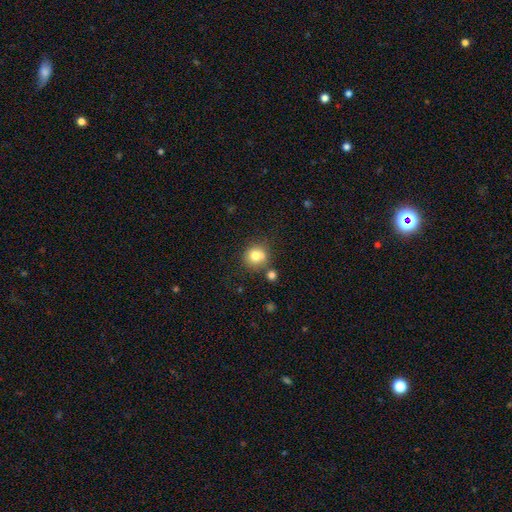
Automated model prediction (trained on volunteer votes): smooth_or_featured: smooth (p=0.78) [alt: star or artifact p=0.11]
how_rounded: round (p=0.86) [alt: in between p=0.13]
merging: none (p=0.68) [alt: minor disturbance p=0.14]